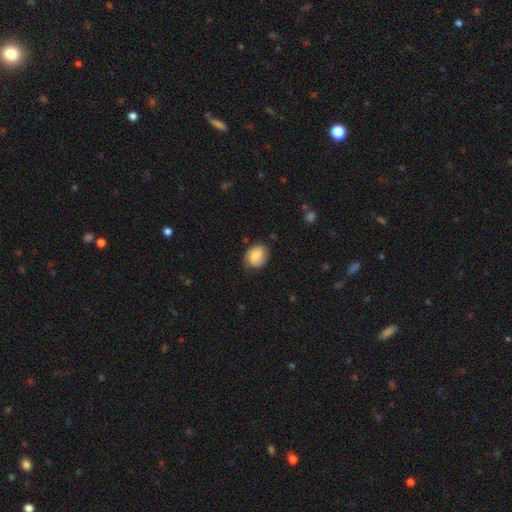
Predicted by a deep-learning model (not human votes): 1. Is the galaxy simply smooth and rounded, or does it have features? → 74% smooth, 19% featured or disk, 8% star or artifact.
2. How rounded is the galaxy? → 53% round, 46% in between, 1% cigar-shaped.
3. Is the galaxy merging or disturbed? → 72% none, 21% minor disturbance, 5% major disturbance, 1% merger.